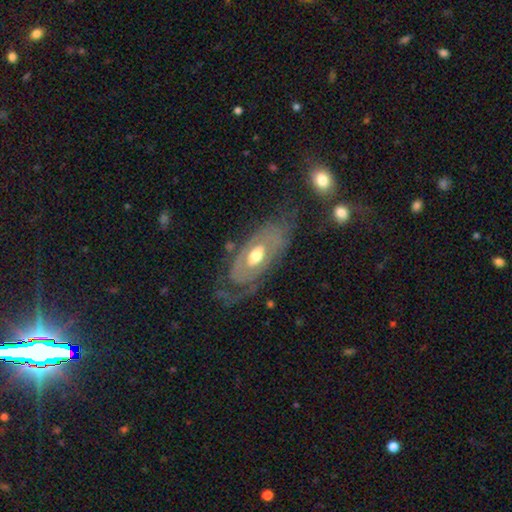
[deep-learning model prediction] Smooth or featured? featured or disk (76%)
Edge-on disk? no (89%)
Bar? no (78%)
Spiral arms? yes (59%)
Bulge size? moderate (71%)
Merging? none (65%)